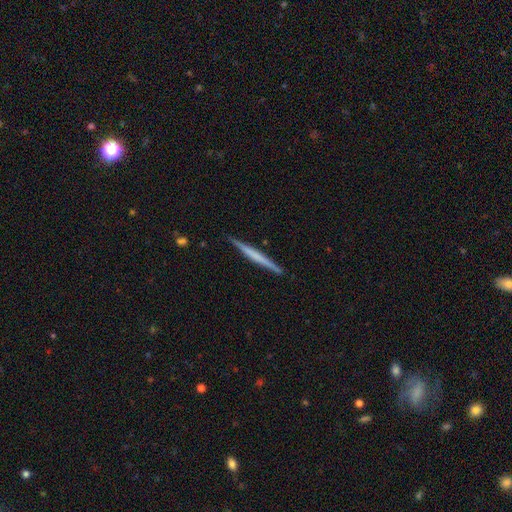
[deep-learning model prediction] This is possibly a featured or disk galaxy (54%). It is clearly viewed edge-on (98%). Edge-on bulge: likely none (77%). Merging: clearly none (89%).